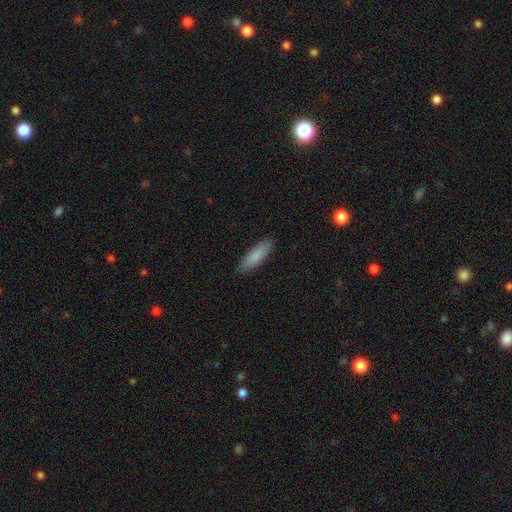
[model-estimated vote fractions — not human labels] A smooth galaxy with no disk features (86%) that is cigar-shaped (61%).

Vote fractions:
- Smooth or featured? smooth: 86% / featured or disk: 9% / star or artifact: 6%
- How rounded? cigar-shaped: 61% / in between: 37% / round: 1%
- Merging? none: 88% / minor disturbance: 9% / major disturbance: 2% / merger: 1%